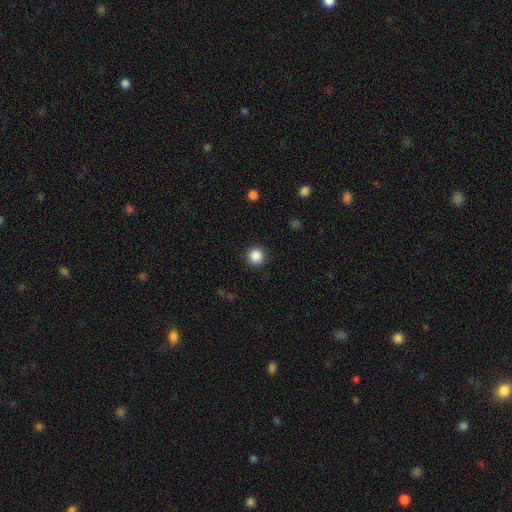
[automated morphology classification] smooth_or_featured: smooth (p=0.87) [alt: star or artifact p=0.10]
how_rounded: round (p=0.96) [alt: in between p=0.04]
merging: none (p=0.92) [alt: minor disturbance p=0.05]